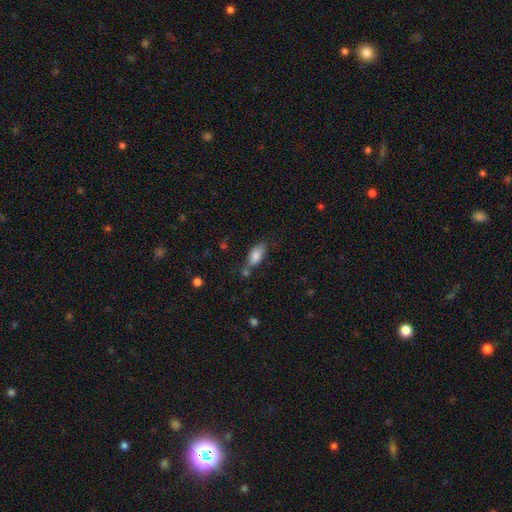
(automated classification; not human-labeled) Smooth or featured? smooth (82%)
How rounded? in between (86%)
Merging? none (55%)